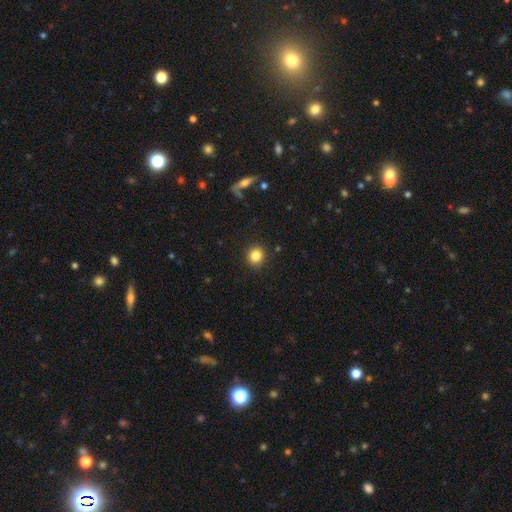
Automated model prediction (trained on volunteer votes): Smooth or featured?
  - smooth: 84% *
  - star or artifact: 10%
  - featured or disk: 5%
How rounded?
  - round: 90% *
  - in between: 9%
  - cigar-shaped: 1%
Merging?
  - none: 91% *
  - minor disturbance: 6%
  - major disturbance: 2%
  - merger: 1%